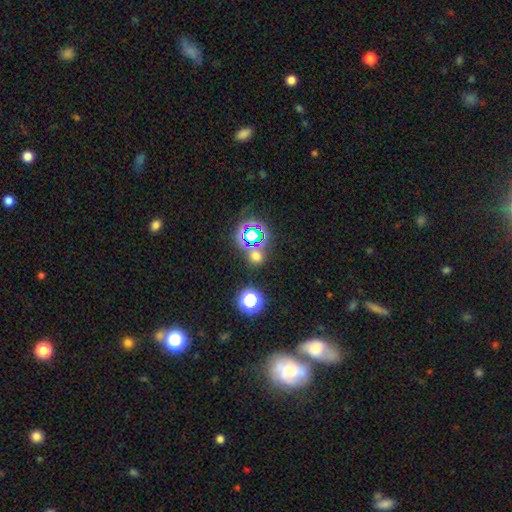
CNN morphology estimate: Overall: smooth (48%; star or artifact 45%). Merging: none (73%).